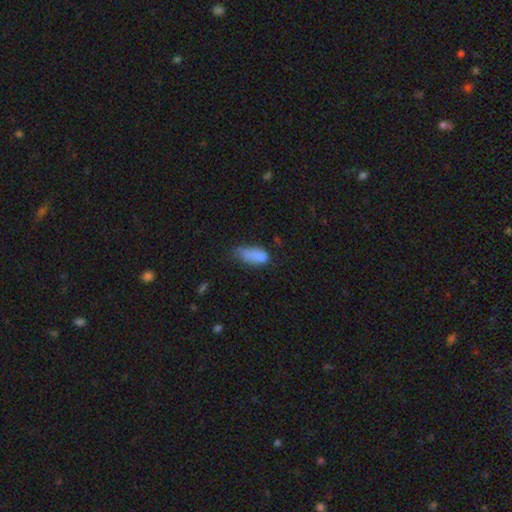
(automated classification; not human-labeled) This is likely a smooth galaxy (78%). How rounded: clearly in between (82%). Merging: marginally minor disturbance (38%).